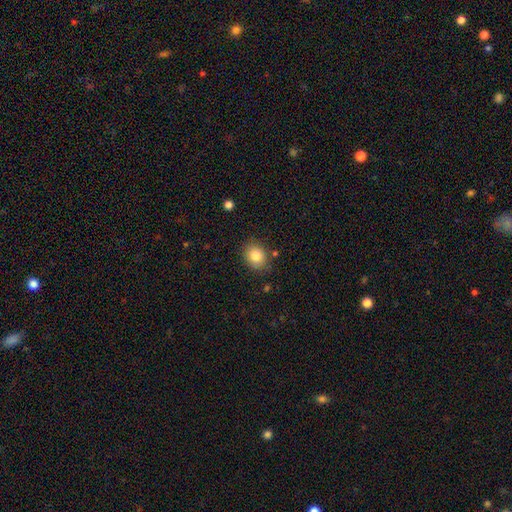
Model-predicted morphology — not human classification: smooth-or-featured: smooth: 83% | star or artifact: 9% | featured or disk: 7%
  how-rounded: round: 58% | in between: 41% | cigar-shaped: 1%
  merging: none: 82% | minor disturbance: 12% | major disturbance: 3% | merger: 3%